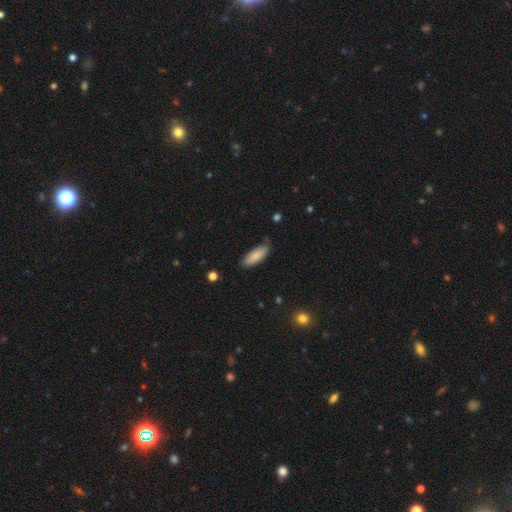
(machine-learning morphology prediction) A smooth galaxy with no disk features (85%) that is in between round and cigar-shaped (69%). Merging: none (76%).